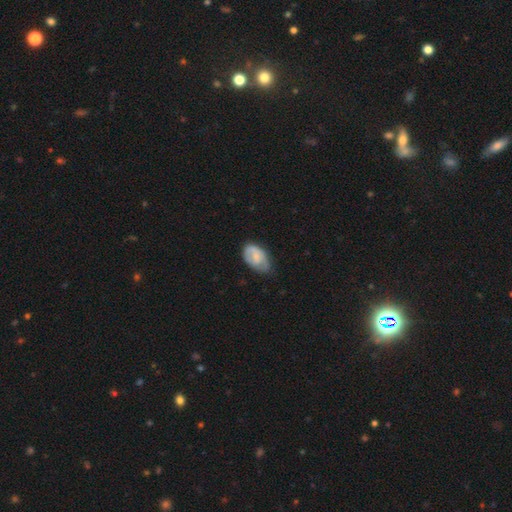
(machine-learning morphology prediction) type=smooth (55%); roundness=in between (90%); merging=none (52%).